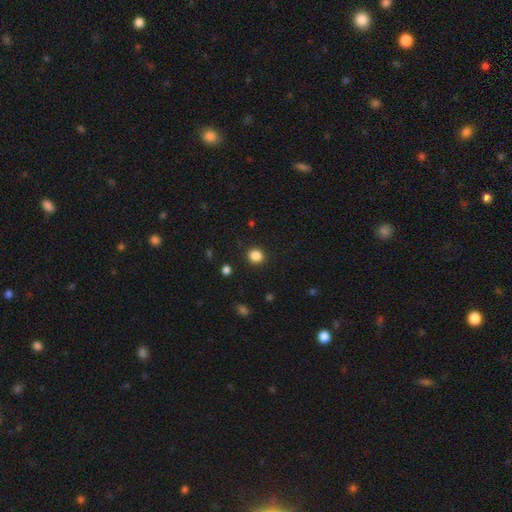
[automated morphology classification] Smooth or featured? Predicted: smooth (p=0.85). How rounded? Predicted: round (p=0.85). Merging? Predicted: none (p=0.91).